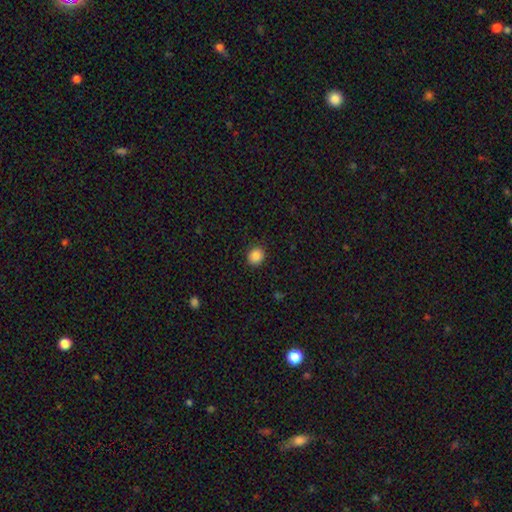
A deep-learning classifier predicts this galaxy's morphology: This appears to be a smooth galaxy with no disk features (88%) that is round (81%). Merging: none (90%).